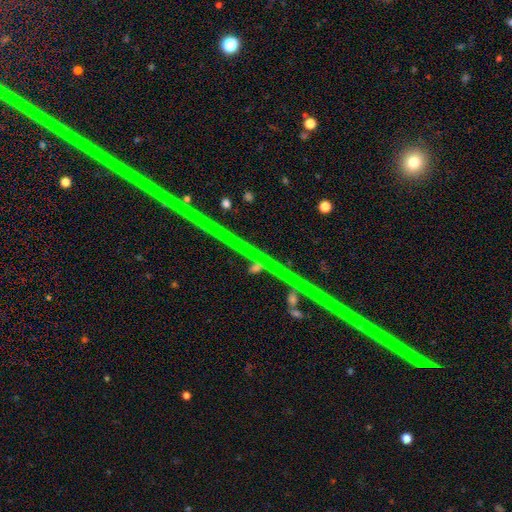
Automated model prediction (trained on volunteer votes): smooth-or-featured: star or artifact: 87% | featured or disk: 7% | smooth: 6%